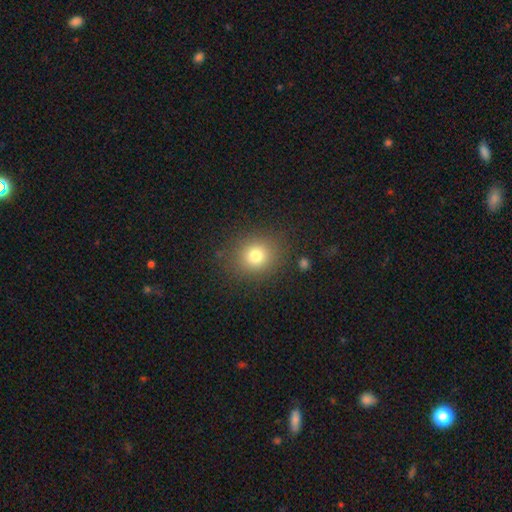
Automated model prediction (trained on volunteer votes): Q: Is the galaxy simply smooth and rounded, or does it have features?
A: smooth — 77%.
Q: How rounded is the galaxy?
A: round — 78%.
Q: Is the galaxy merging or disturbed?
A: none — 86%.